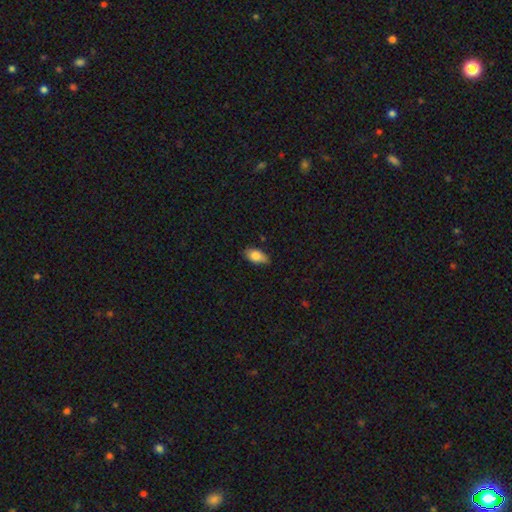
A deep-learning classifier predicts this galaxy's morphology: smooth 81%, featured or disk 12%, star or artifact 7%. Down the decision tree: how rounded — in between (91%); merging — none (78%).